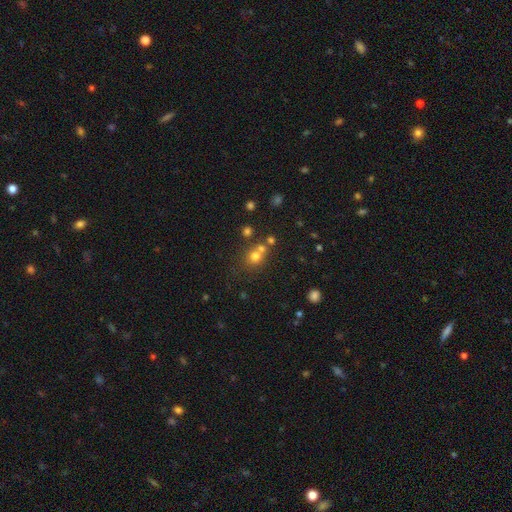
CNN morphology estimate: The model was most divided on "merging": none: 52%, merger: 36%, minor disturbance: 8%, major disturbance: 4%. More confident: how rounded — round (82%); smooth or featured — smooth (68%).